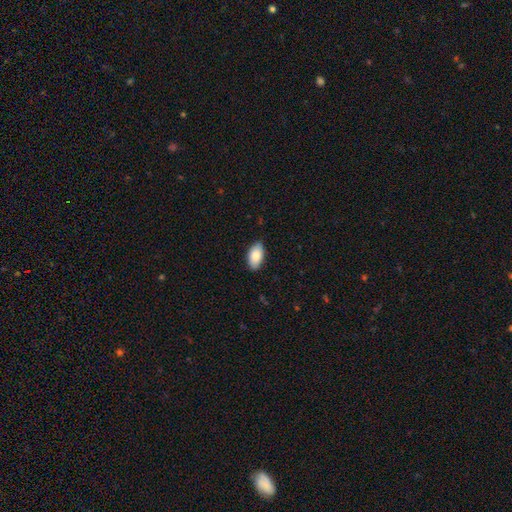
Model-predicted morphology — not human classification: smooth 87%, featured or disk 7%, star or artifact 6%. Down the decision tree: how rounded — in between (95%); merging — none (86%).